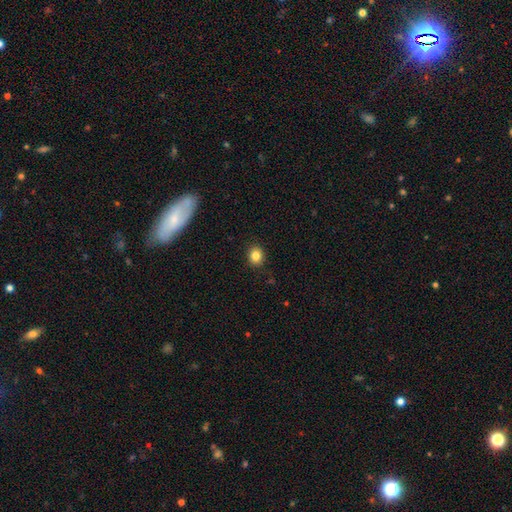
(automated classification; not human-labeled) smooth 84%, star or artifact 11%, featured or disk 6%. Down the decision tree: how rounded — round (70%); merging — none (90%).